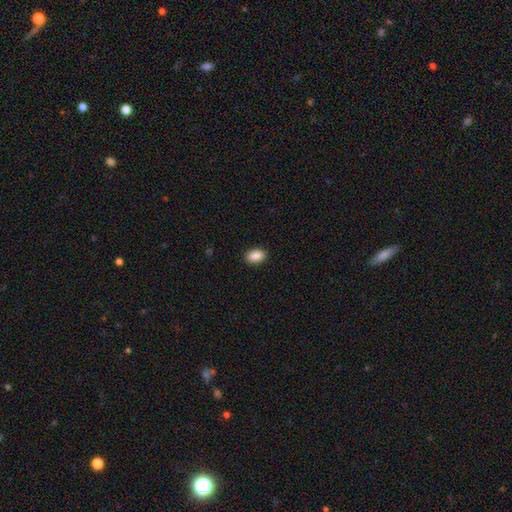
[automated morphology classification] A smooth galaxy with no disk features (89%) that is in between round and cigar-shaped (87%).

Vote fractions:
- Smooth or featured? smooth: 89% / star or artifact: 7% / featured or disk: 3%
- How rounded? in between: 87% / round: 12% / cigar-shaped: 1%
- Merging? none: 90% / minor disturbance: 7% / major disturbance: 2% / merger: 1%